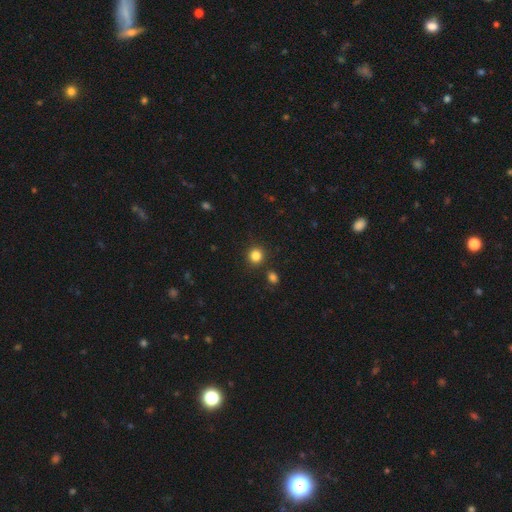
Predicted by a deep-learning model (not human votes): smooth_or_featured: smooth (p=0.83) [alt: star or artifact p=0.13]
how_rounded: round (p=0.90) [alt: in between p=0.09]
merging: none (p=0.86) [alt: minor disturbance p=0.07]